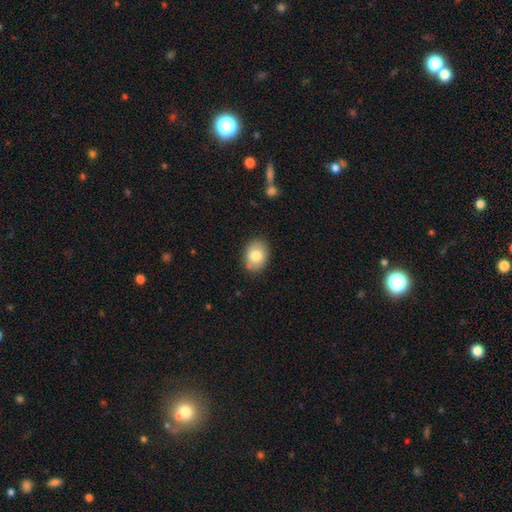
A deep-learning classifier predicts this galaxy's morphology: This appears to be a smooth galaxy with no disk features (81%) that is in between round and cigar-shaped (67%). Merging: none (83%).